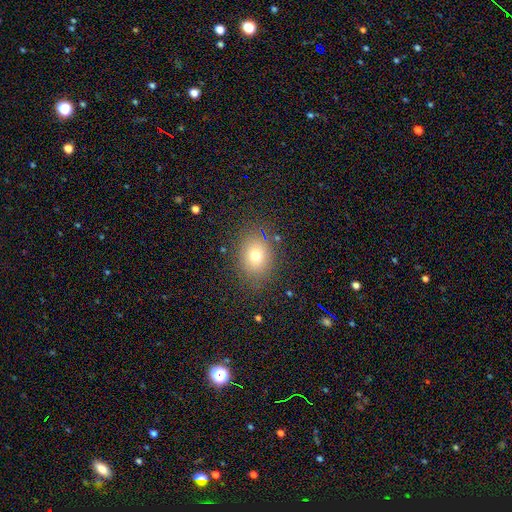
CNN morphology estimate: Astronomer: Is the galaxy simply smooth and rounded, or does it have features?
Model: smooth — 73%.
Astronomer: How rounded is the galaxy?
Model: in between — 53% (runner-up: round, 46%).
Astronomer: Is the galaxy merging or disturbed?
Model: none — 83%.